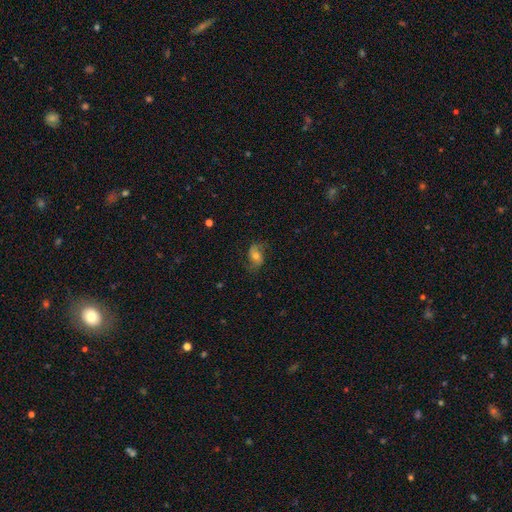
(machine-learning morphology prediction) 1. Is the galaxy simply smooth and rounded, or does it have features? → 53% featured or disk, 37% smooth, 10% star or artifact.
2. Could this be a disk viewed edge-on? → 94% no, 6% yes.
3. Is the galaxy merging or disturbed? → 69% none, 19% minor disturbance, 10% major disturbance, 1% merger.